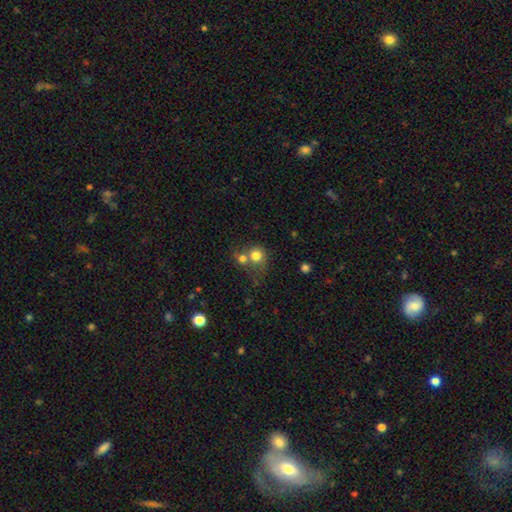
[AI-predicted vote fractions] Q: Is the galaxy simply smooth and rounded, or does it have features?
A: smooth — 76%.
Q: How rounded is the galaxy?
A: round — 83%.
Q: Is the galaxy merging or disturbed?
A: merger — 49%.